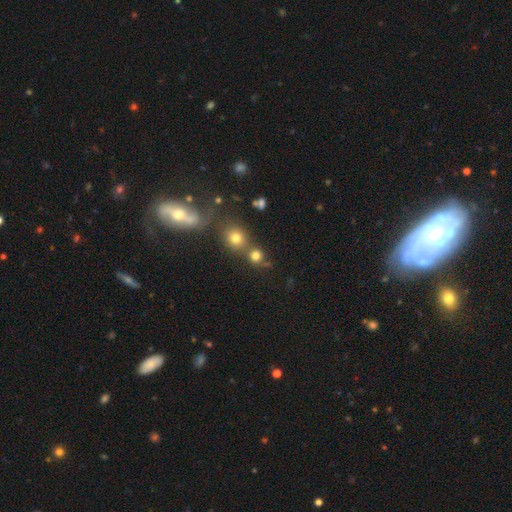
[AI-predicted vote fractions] A smooth galaxy with no disk features (75%) that is round (88%).

Vote fractions:
- Smooth or featured? smooth: 75% / star or artifact: 17% / featured or disk: 9%
- How rounded? round: 88% / in between: 11% / cigar-shaped: 1%
- Merging? none: 57% / merger: 30% / minor disturbance: 9% / major disturbance: 5%